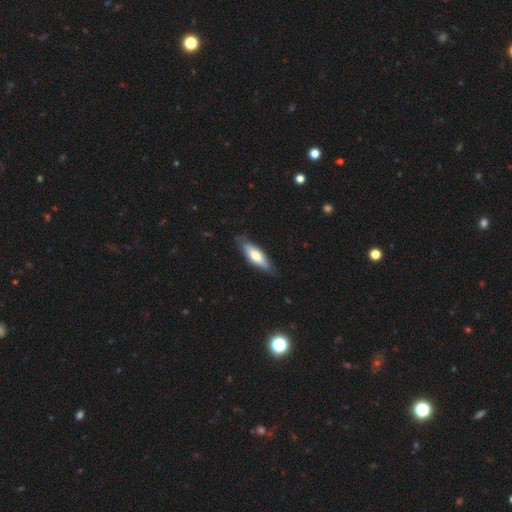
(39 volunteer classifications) A featured or disk galaxy (62%) viewed edge-on (71%) with a rounded central bulge (82%). Merging: none (87%).